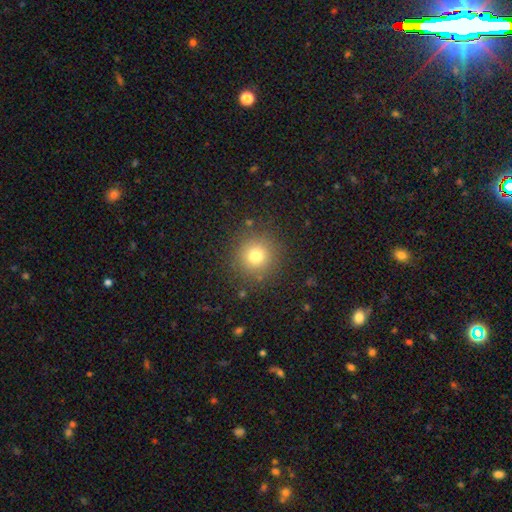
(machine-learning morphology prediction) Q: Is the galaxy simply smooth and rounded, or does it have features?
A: smooth — 75%.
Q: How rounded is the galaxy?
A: round — 94%.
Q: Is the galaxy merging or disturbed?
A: none — 87%.